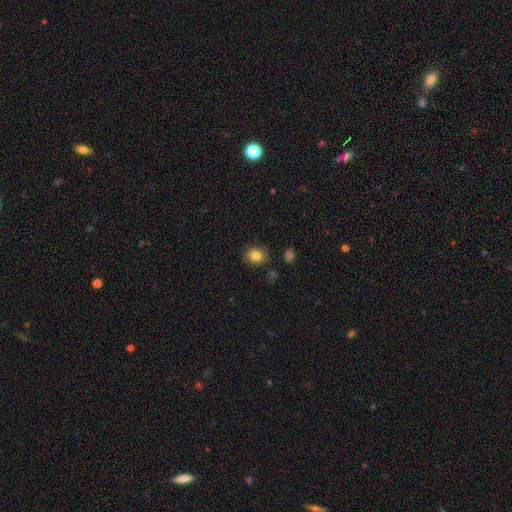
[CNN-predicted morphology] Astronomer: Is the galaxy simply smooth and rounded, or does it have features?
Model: smooth — 83%.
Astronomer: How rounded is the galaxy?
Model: round — 54% (runner-up: in between, 45%).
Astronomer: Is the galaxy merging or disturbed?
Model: none — 84%.